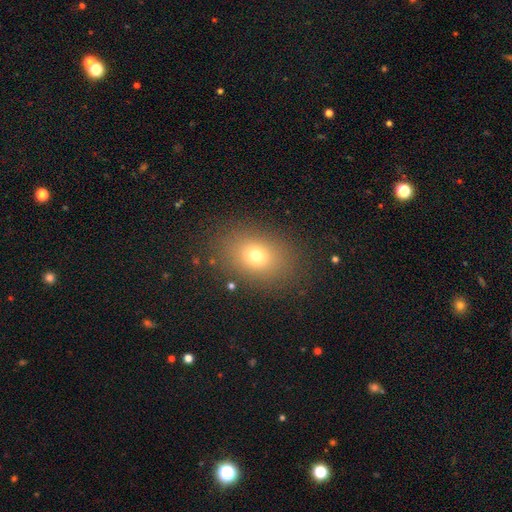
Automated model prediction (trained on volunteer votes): This is likely a smooth galaxy (72%). How rounded: likely in between (66%). Merging: clearly none (84%).